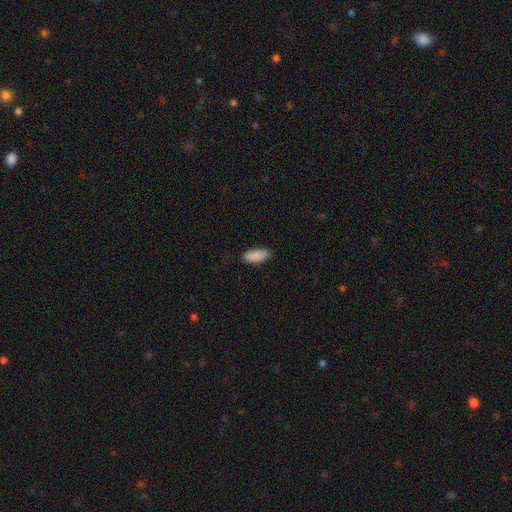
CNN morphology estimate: A smooth galaxy with no disk features (90%) that is in between round and cigar-shaped (83%).

Vote fractions:
- Smooth or featured? smooth: 90% / star or artifact: 6% / featured or disk: 4%
- How rounded? in between: 83% / cigar-shaped: 16% / round: 2%
- Merging? none: 86% / minor disturbance: 11% / major disturbance: 2% / merger: 1%